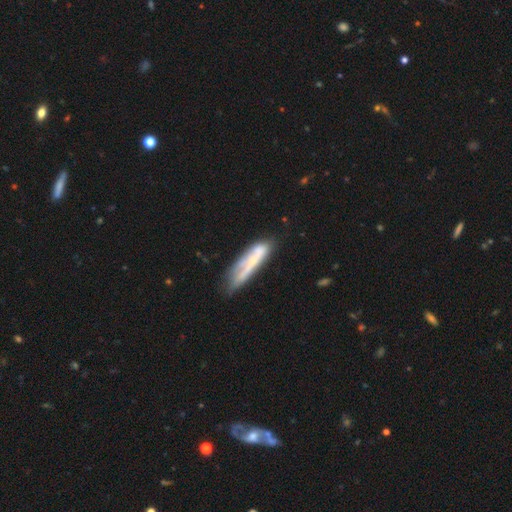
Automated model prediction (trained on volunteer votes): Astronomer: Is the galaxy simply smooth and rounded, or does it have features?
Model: smooth — 46%, tied with featured or disk at 46%.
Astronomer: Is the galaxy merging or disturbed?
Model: none — 55%.